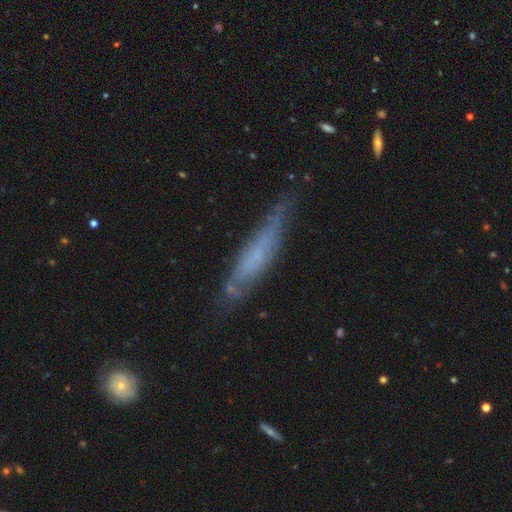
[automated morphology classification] This is possibly a featured or disk galaxy (53%). It is likely viewed edge-on (72%). Merging: likely none (62%).